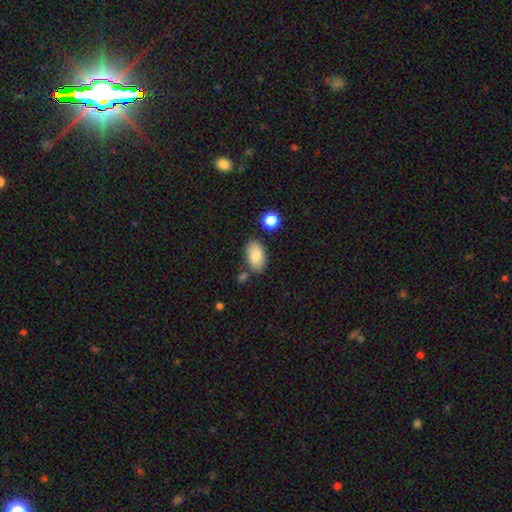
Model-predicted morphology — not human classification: Smooth or featured?
  - smooth: 82% *
  - featured or disk: 11%
  - star or artifact: 7%
How rounded?
  - in between: 93% *
  - round: 6%
  - cigar-shaped: 2%
Merging?
  - none: 76% *
  - minor disturbance: 14%
  - merger: 7%
  - major disturbance: 3%